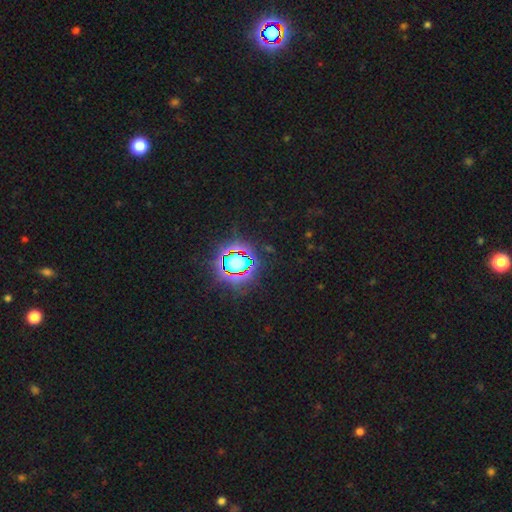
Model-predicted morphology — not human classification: star or artifact 82%, smooth 11%, featured or disk 7%.